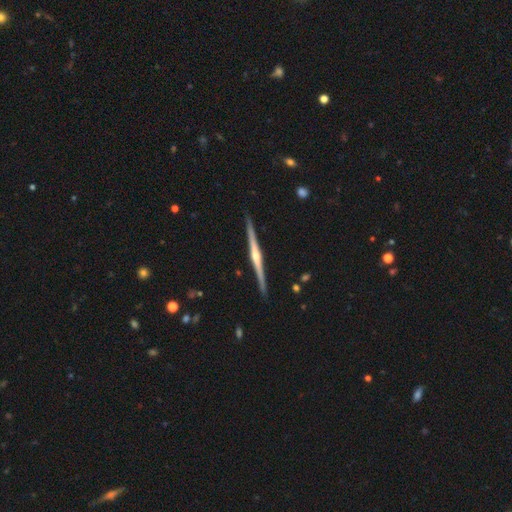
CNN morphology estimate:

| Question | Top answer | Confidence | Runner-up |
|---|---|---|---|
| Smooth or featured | featured or disk | 84% | smooth (11%) |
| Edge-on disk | yes | 99% | no (1%) |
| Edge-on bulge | rounded | 84% | none (9%) |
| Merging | none | 91% | minor disturbance (6%) |